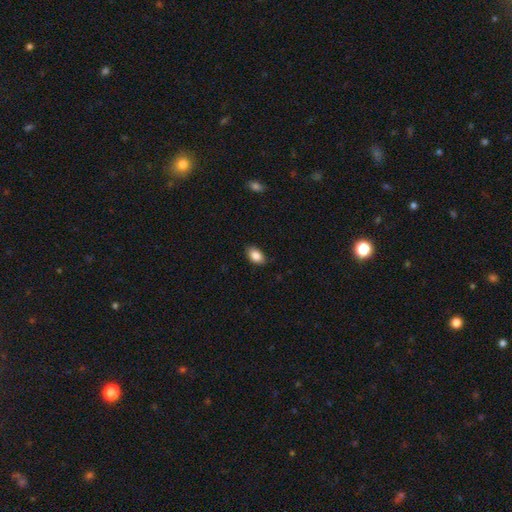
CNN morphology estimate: smooth-or-featured: smooth: 87% | star or artifact: 8% | featured or disk: 5%
  how-rounded: in between: 90% | round: 9% | cigar-shaped: 2%
  merging: none: 84% | minor disturbance: 12% | major disturbance: 2% | merger: 1%